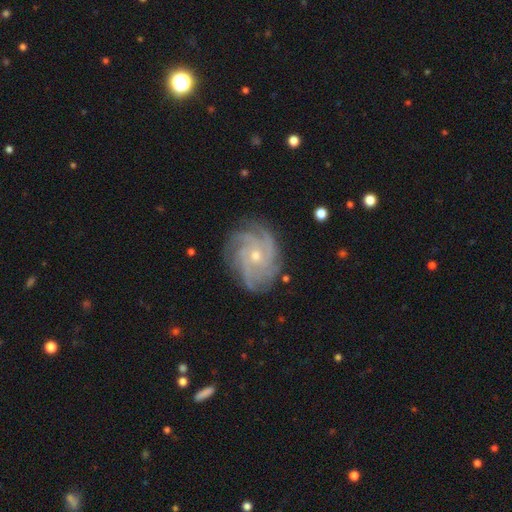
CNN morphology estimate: Smooth or featured? Predicted: featured or disk (p=0.88). Edge-on disk? Predicted: no (p=0.98). Bar? Predicted: no (p=0.75). Spiral arms? Predicted: yes (p=0.98). Spiral winding? Predicted: tight (p=0.66). Spiral arm count? Predicted: 4 (p=0.34). Bulge size? Predicted: small (p=0.59). Merging? Predicted: none (p=0.80).